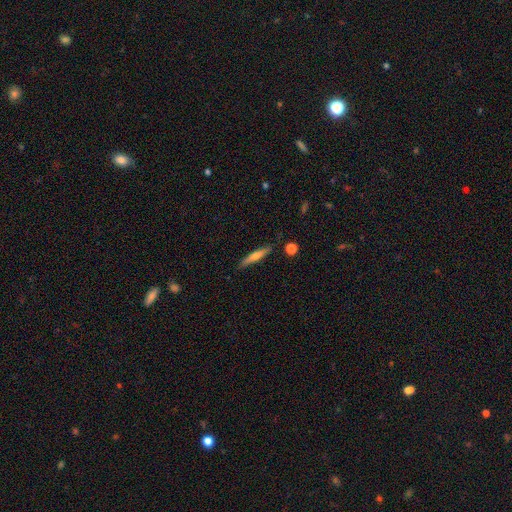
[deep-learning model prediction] This appears to be a featured or disk galaxy (48%). Merging: none (87%).